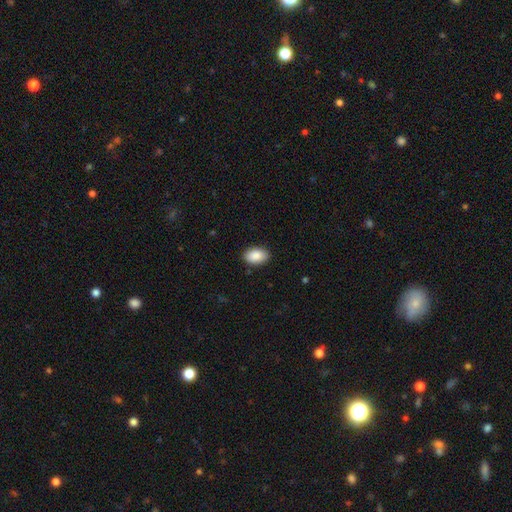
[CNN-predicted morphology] This appears to be a smooth galaxy with no disk features (90%) that is in between round and cigar-shaped (91%). Merging: none (88%).